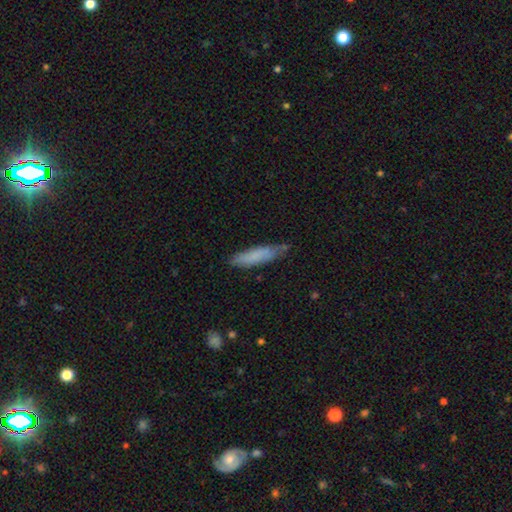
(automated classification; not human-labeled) The model was most divided on "merging": none: 70%, minor disturbance: 24%, major disturbance: 4%, merger: 2%. More confident: smooth or featured — smooth (77%); how rounded — cigar-shaped (77%).